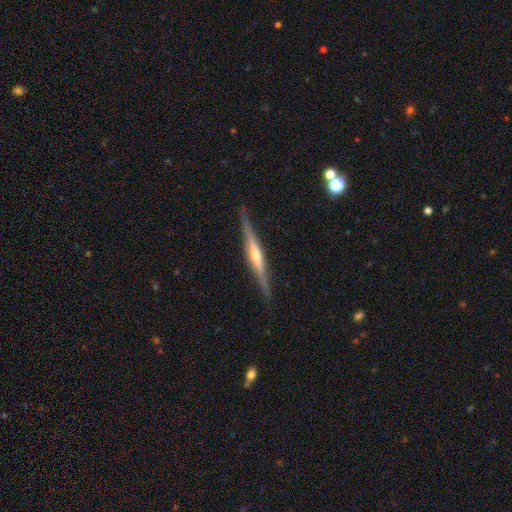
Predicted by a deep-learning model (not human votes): Q: Smooth or featured?
A: featured or disk (76%); runner-up: smooth (19%)
Q: Edge-on disk?
A: yes (98%); runner-up: no (2%)
Q: Edge-on bulge?
A: rounded (65%); runner-up: none (21%)
Q: Merging?
A: none (88%); runner-up: minor disturbance (9%)